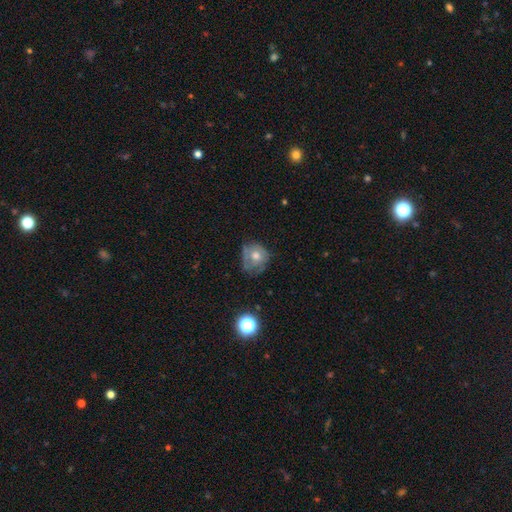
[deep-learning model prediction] Smooth or featured? Predicted: smooth (p=0.49). Merging? Predicted: none (p=0.53).